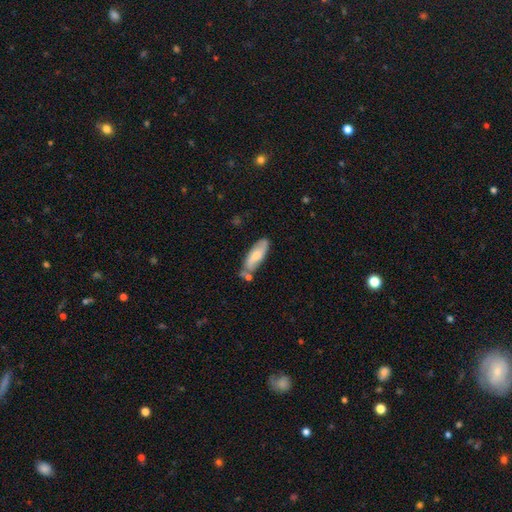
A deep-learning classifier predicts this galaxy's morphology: Smooth or featured?
  - smooth: 64% *
  - featured or disk: 30%
  - star or artifact: 6%
How rounded?
  - in between: 59% *
  - cigar-shaped: 39%
  - round: 2%
Merging?
  - none: 61% *
  - minor disturbance: 21%
  - merger: 14%
  - major disturbance: 5%